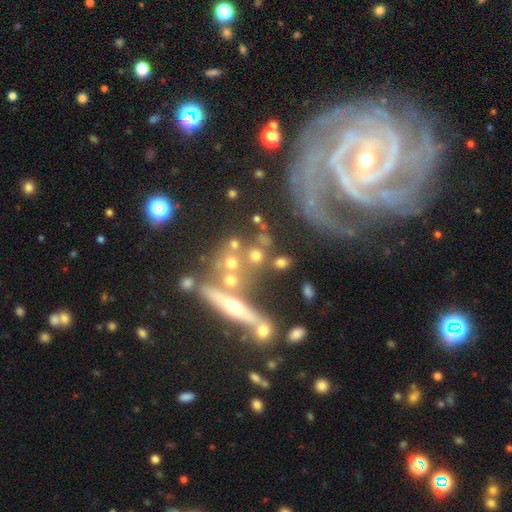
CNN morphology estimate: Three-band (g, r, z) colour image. It shows a smooth galaxy with no disk features (56%) that is round (64%). Merging: none (60%).